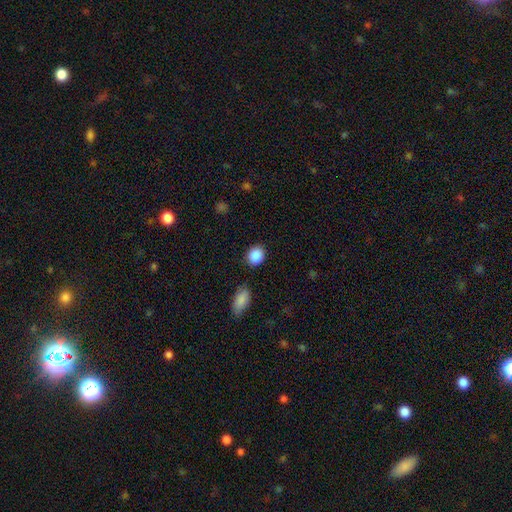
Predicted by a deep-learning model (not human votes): smooth-or-featured: smooth: 89% | star or artifact: 8% | featured or disk: 3%
  how-rounded: round: 63% | in between: 36% | cigar-shaped: 1%
  merging: none: 82% | minor disturbance: 11% | merger: 4% | major disturbance: 3%